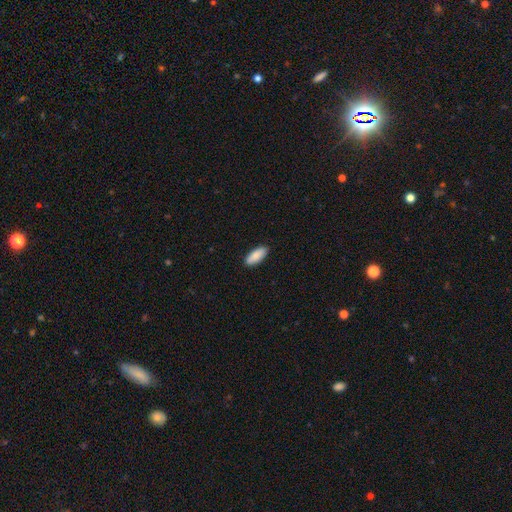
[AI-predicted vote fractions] Morphology: type=smooth (88%); roundness=in between (81%); merging=none (89%).